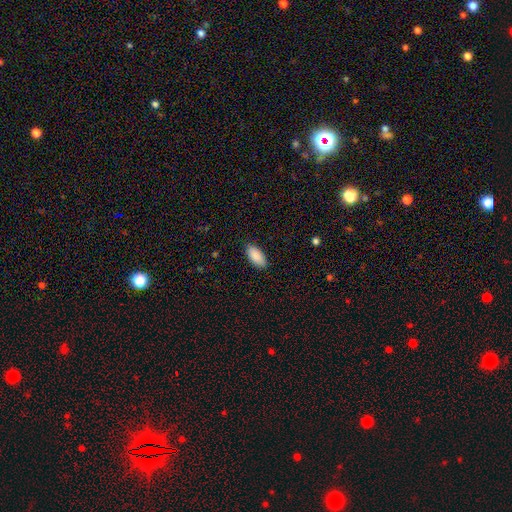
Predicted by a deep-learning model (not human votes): Smooth or featured: smooth — 89% (star or artifact — 6%)
How rounded: in between — 91% (cigar-shaped — 7%)
Merging: none — 88% (minor disturbance — 9%)